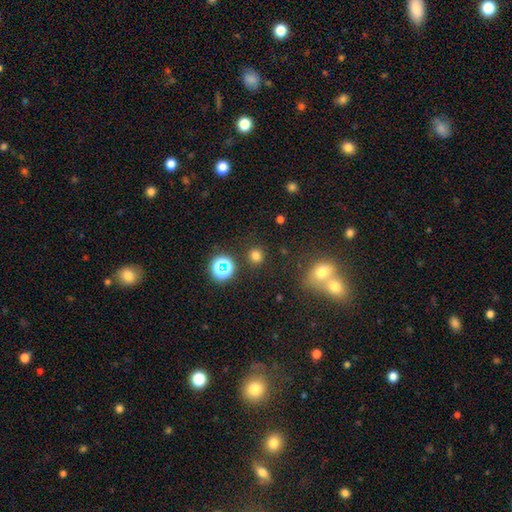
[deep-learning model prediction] Smooth or featured?
  - smooth: 75% *
  - star or artifact: 20%
  - featured or disk: 5%
How rounded?
  - round: 89% *
  - in between: 10%
  - cigar-shaped: 1%
Merging?
  - none: 87% *
  - minor disturbance: 7%
  - merger: 3%
  - major disturbance: 3%